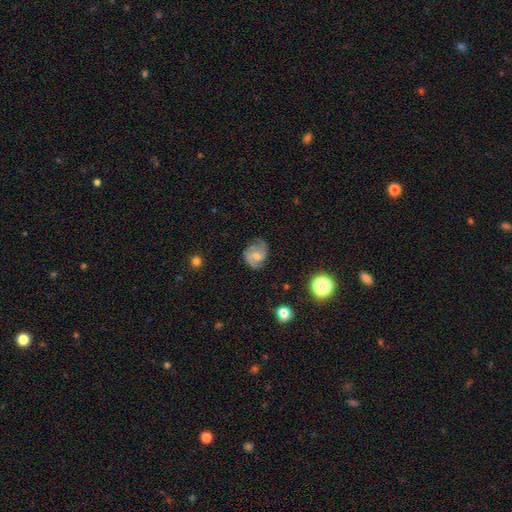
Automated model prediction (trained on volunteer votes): Overall: featured or disk (67%). Edge-on disk: no (97%). Bar: no (57%; weak 37%). Spiral arms: yes (92%). Spiral arm count: 2 (74%). Spiral winding: medium (48%; tight 32%). Bulge size: moderate (50%; small 40%). Merging: none (70%).